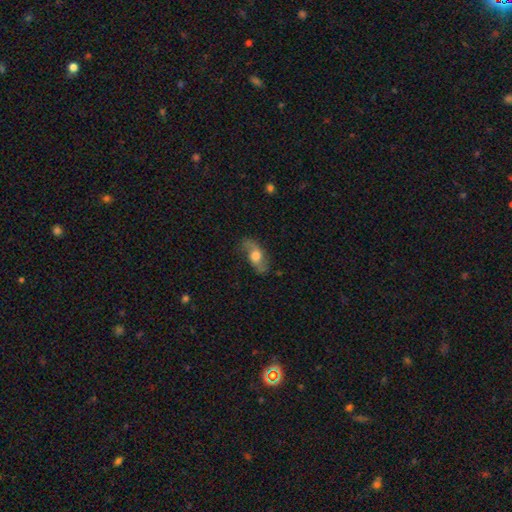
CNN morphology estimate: Smooth or featured: featured or disk — 50% (smooth — 42%)
Edge-on disk: no — 78% (yes — 22%)
Merging: none — 68% (minor disturbance — 21%)